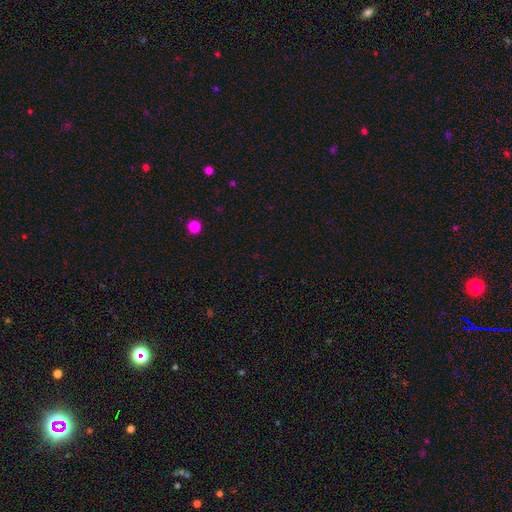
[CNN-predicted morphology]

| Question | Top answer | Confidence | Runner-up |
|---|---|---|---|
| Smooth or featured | star or artifact | 66% | smooth (28%) |